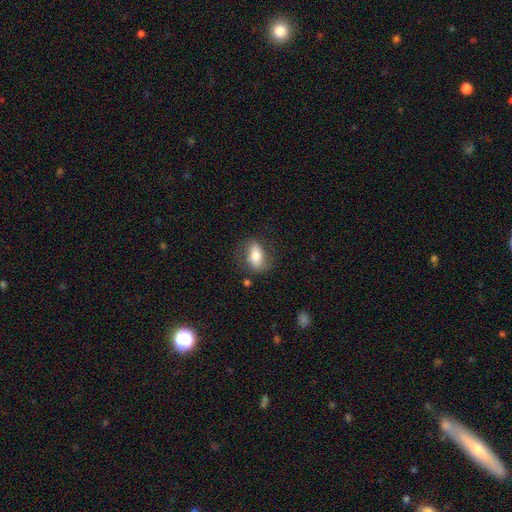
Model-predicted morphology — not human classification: Smooth or featured: smooth — 64% (featured or disk — 29%)
How rounded: in between — 81% (cigar-shaped — 10%)
Merging: none — 73% (minor disturbance — 17%)